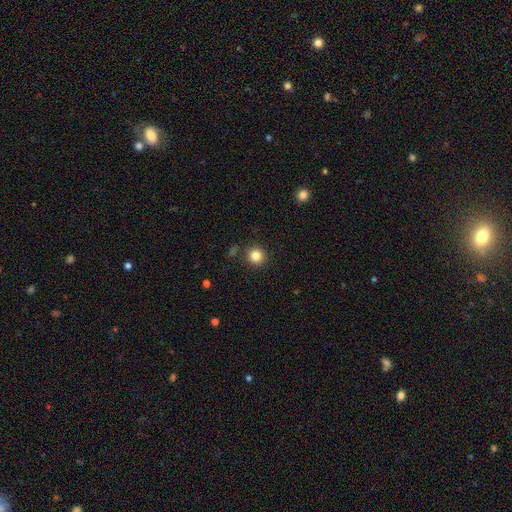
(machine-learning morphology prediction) This is clearly a smooth galaxy (83%). How rounded: clearly round (94%). Merging: clearly none (89%).